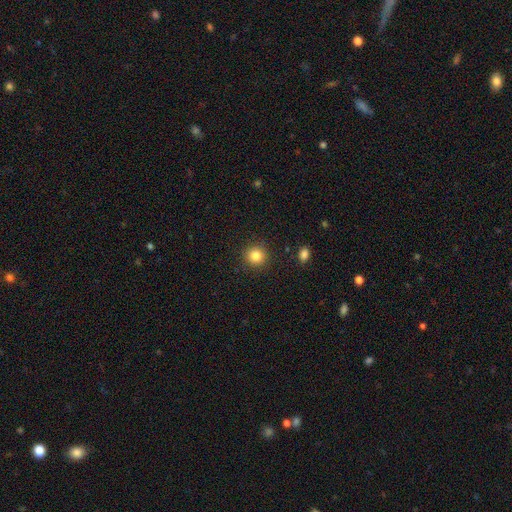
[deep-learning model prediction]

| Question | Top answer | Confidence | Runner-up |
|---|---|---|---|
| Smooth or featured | smooth | 84% | star or artifact (11%) |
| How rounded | round | 93% | in between (6%) |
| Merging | none | 91% | minor disturbance (6%) |